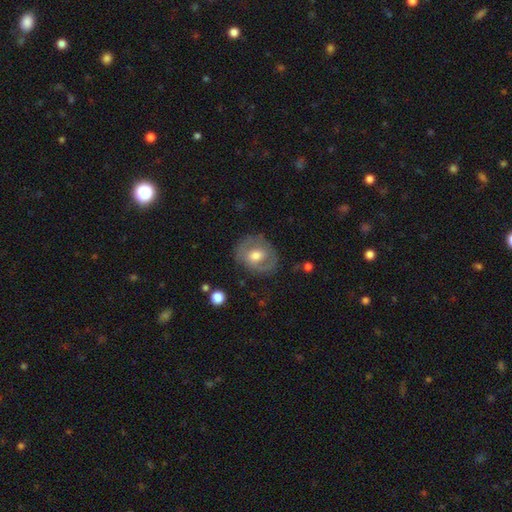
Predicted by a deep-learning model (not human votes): Morphology: type=featured or disk (49%); merging=none (73%).